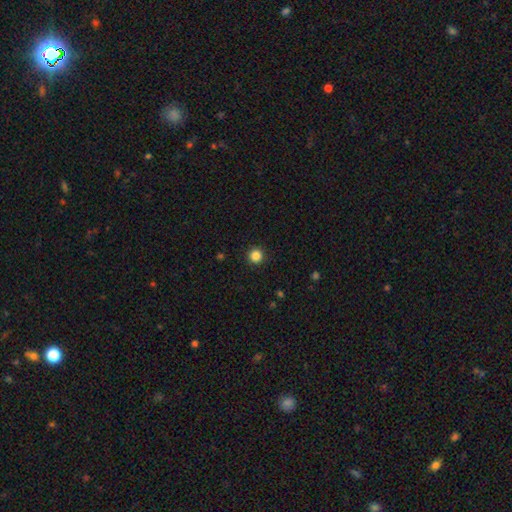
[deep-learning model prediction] Overall: smooth (85%). How rounded: round (96%). Merging: none (93%).